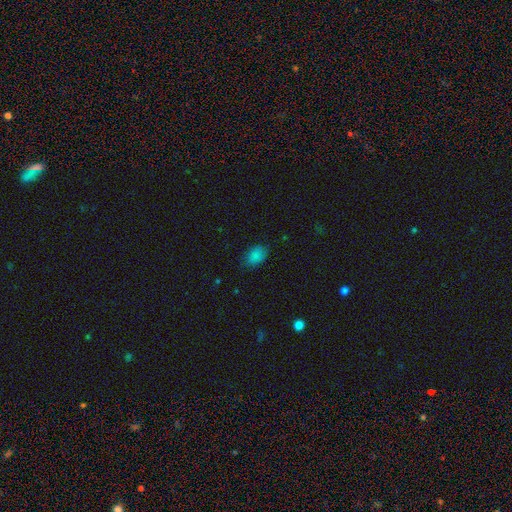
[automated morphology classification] type=smooth (85%); roundness=in between (84%); merging=none (79%).